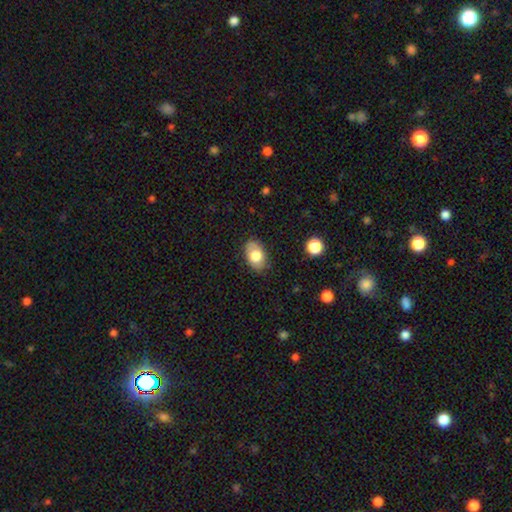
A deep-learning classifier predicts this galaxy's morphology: The model was most divided on "smooth or featured": smooth: 76%, featured or disk: 17%, star or artifact: 8%. More confident: how rounded — in between (88%); merging — none (81%).